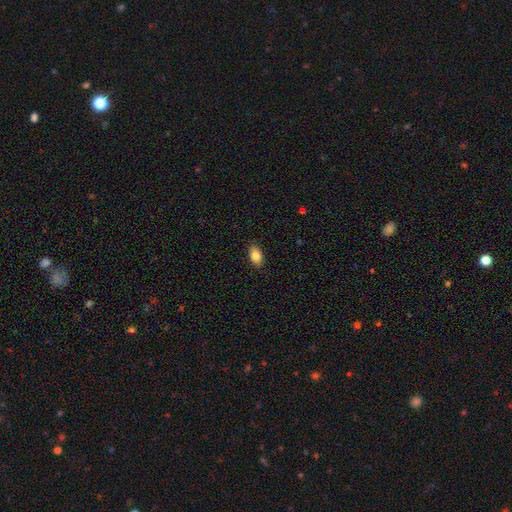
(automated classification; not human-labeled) smooth_or_featured: smooth (p=0.84) [alt: featured or disk p=0.08]
how_rounded: in between (p=0.90) [alt: round p=0.08]
merging: none (p=0.88) [alt: minor disturbance p=0.09]